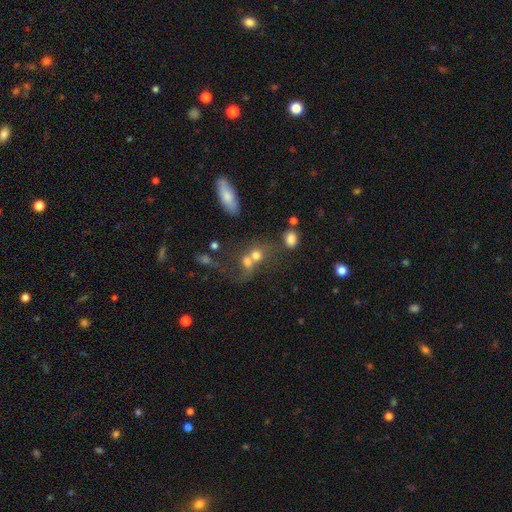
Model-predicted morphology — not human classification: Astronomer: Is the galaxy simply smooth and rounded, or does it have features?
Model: smooth — 65%.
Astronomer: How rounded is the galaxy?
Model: round — 60% (runner-up: in between, 37%).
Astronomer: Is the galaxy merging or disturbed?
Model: merger — 61%.